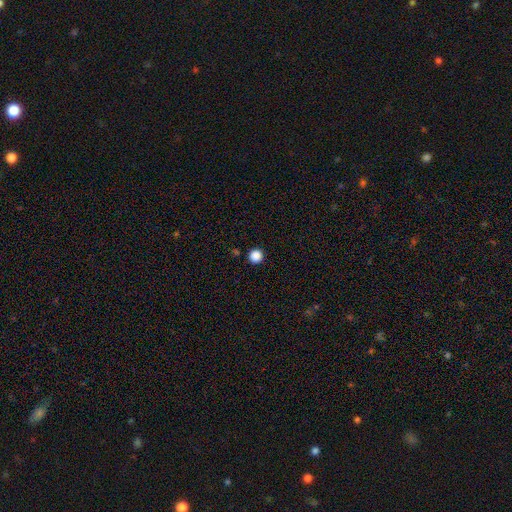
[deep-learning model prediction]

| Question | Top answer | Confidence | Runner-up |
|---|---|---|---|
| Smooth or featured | smooth | 87% | star or artifact (11%) |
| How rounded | round | 96% | in between (3%) |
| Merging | none | 92% | minor disturbance (4%) |